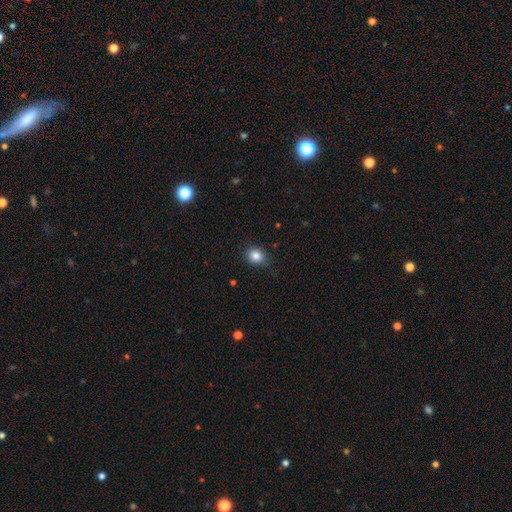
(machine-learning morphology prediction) A smooth galaxy with no disk features (85%) that is round (64%).

Vote fractions:
- Smooth or featured? smooth: 85% / star or artifact: 10% / featured or disk: 5%
- How rounded? round: 64% / in between: 35% / cigar-shaped: 1%
- Merging? none: 85% / minor disturbance: 12% / major disturbance: 3% / merger: 1%